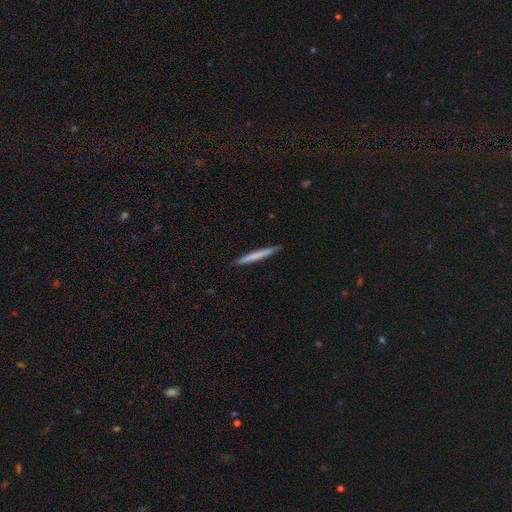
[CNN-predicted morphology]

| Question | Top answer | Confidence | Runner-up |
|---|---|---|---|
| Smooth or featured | smooth | 65% | featured or disk (30%) |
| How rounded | cigar-shaped | 97% | in between (2%) |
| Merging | none | 91% | minor disturbance (6%) |